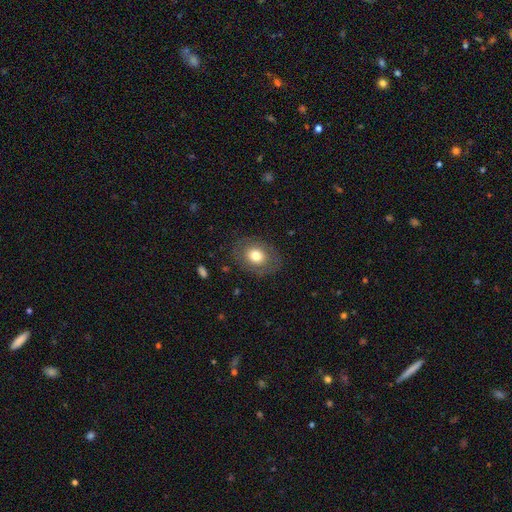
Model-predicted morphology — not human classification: Smooth or featured: smooth — 70% (featured or disk — 22%)
How rounded: in between — 61% (round — 38%)
Merging: none — 82% (minor disturbance — 11%)